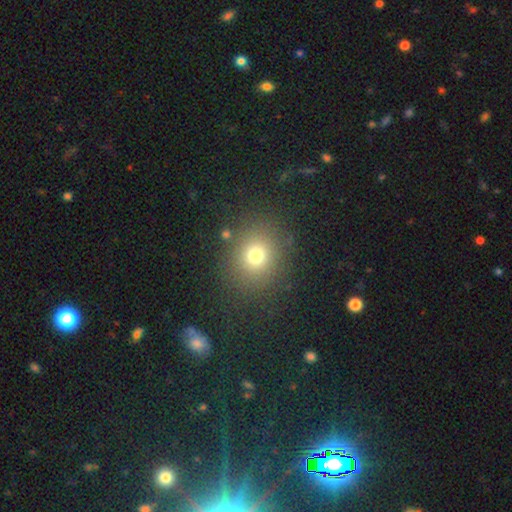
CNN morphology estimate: smooth_or_featured: smooth (p=0.73) [alt: star or artifact p=0.18]
how_rounded: round (p=0.81) [alt: in between p=0.18]
merging: none (p=0.84) [alt: minor disturbance p=0.08]